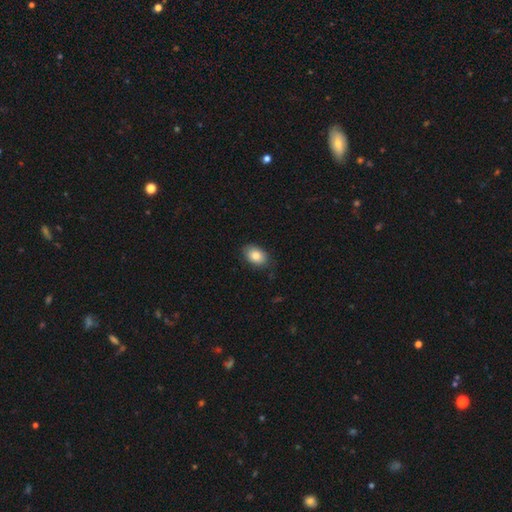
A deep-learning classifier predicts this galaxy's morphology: Overall: smooth (83%). How rounded: in between (83%). Merging: none (80%).